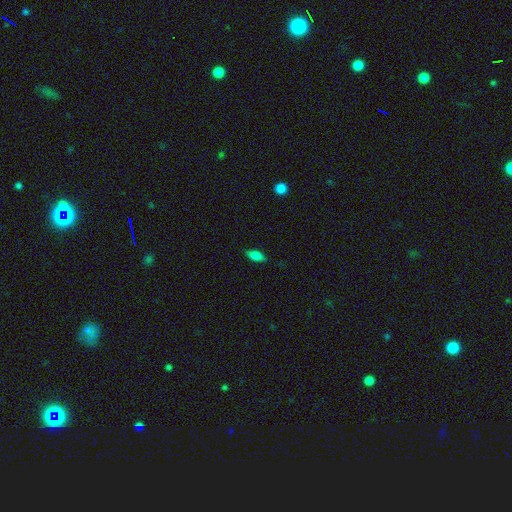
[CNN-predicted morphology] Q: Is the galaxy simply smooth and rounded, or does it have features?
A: smooth — 79%.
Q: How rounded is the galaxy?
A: in between — 83%.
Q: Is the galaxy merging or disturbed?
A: none — 84%.